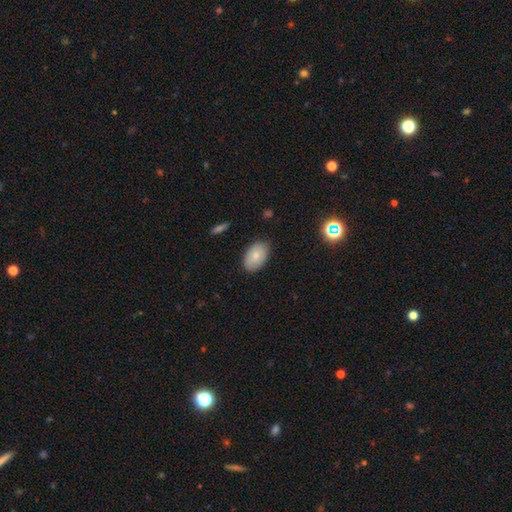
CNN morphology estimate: Smooth or featured?
  - smooth: 78% *
  - featured or disk: 15%
  - star or artifact: 8%
How rounded?
  - in between: 90% *
  - round: 9%
  - cigar-shaped: 1%
Merging?
  - none: 82% *
  - minor disturbance: 15%
  - major disturbance: 3%
  - merger: 1%